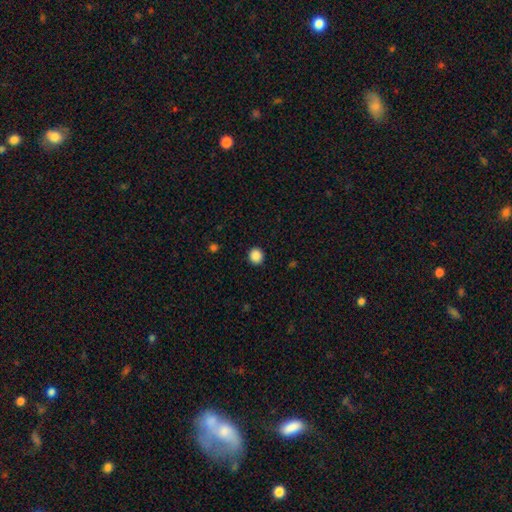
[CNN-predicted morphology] A smooth galaxy with no disk features (88%) that is round (90%).

Vote fractions:
- Smooth or featured? smooth: 88% / star or artifact: 9% / featured or disk: 2%
- How rounded? round: 90% / in between: 9% / cigar-shaped: 1%
- Merging? none: 92% / minor disturbance: 5% / major disturbance: 2% / merger: 1%